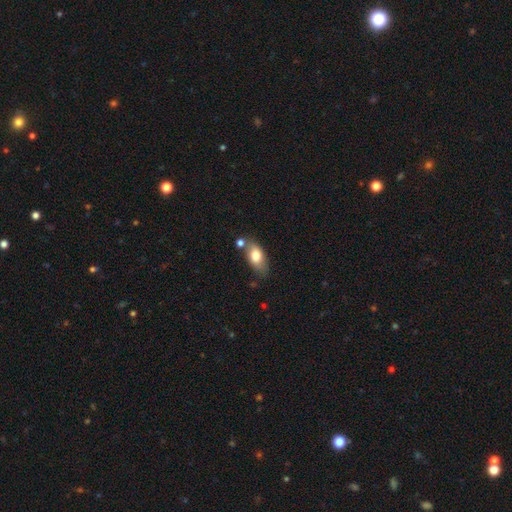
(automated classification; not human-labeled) Smooth or featured? Predicted: smooth (p=0.76). How rounded? Predicted: in between (p=0.88). Merging? Predicted: none (p=0.65).